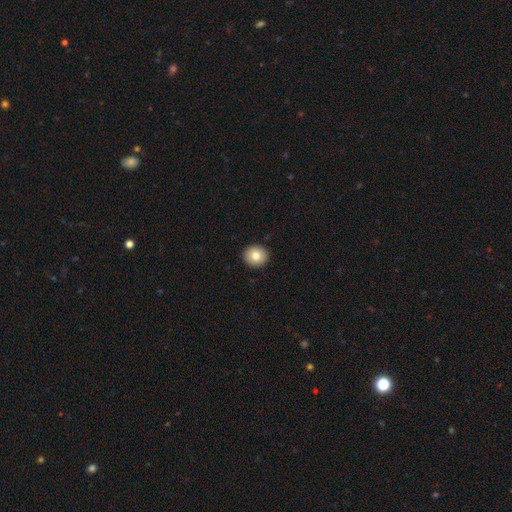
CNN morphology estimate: smooth-or-featured: smooth: 80% | featured or disk: 10% | star or artifact: 9%
  how-rounded: round: 91% | in between: 8% | cigar-shaped: 1%
  merging: none: 93% | minor disturbance: 5% | major disturbance: 1% | merger: 1%